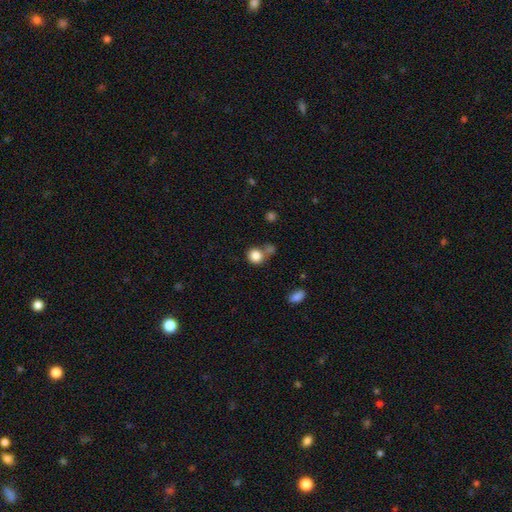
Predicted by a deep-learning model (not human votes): This is clearly a smooth galaxy (84%). How rounded: clearly round (86%). Merging: possibly none (59%).